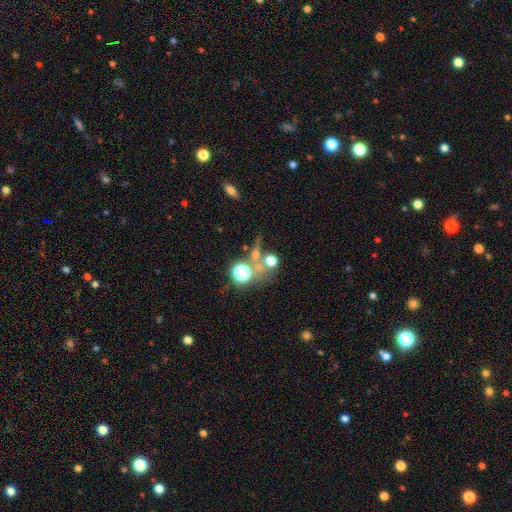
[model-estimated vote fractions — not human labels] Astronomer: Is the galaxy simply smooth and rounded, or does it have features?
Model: star or artifact — 43% (runner-up: smooth, 36%).